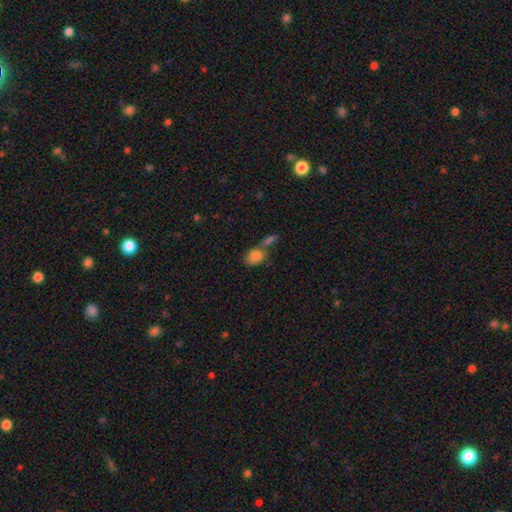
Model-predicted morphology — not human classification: A smooth galaxy with no disk features (81%) that is in between round and cigar-shaped (77%).

Vote fractions:
- Smooth or featured? smooth: 81% / featured or disk: 10% / star or artifact: 9%
- How rounded? in between: 77% / round: 21% / cigar-shaped: 2%
- Merging? merger: 42% / none: 39% / minor disturbance: 13% / major disturbance: 6%